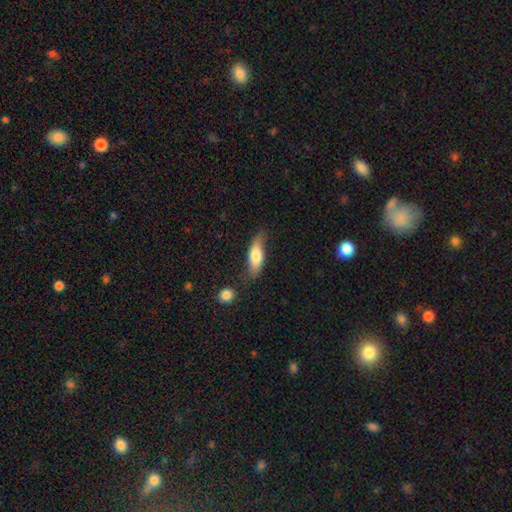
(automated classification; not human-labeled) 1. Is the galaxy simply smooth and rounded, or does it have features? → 70% smooth, 24% featured or disk, 6% star or artifact.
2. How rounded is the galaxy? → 62% in between, 35% cigar-shaped, 3% round.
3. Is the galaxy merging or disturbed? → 60% none, 27% minor disturbance, 7% major disturbance, 6% merger.